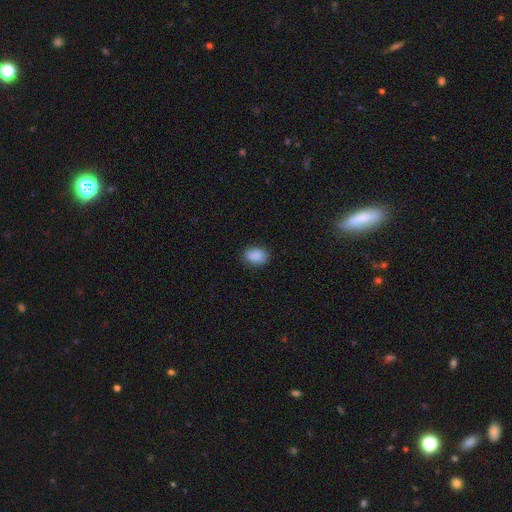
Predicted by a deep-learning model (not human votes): smooth_or_featured: smooth (p=0.90) [alt: star or artifact p=0.08]
how_rounded: in between (p=0.76) [alt: round p=0.23]
merging: none (p=0.86) [alt: minor disturbance p=0.11]